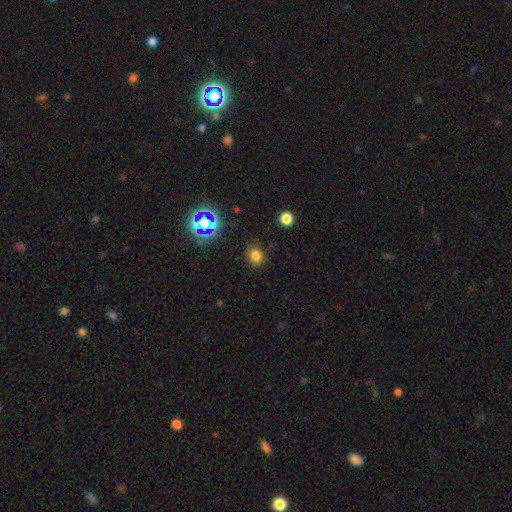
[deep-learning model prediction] smooth_or_featured: smooth (p=0.74) [alt: star or artifact p=0.20]
how_rounded: round (p=0.74) [alt: in between p=0.25]
merging: none (p=0.85) [alt: minor disturbance p=0.10]